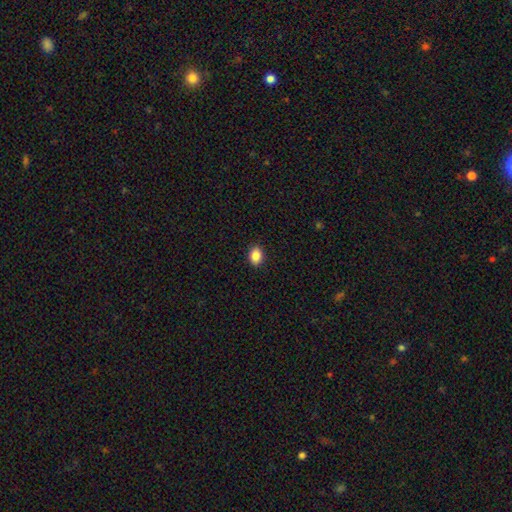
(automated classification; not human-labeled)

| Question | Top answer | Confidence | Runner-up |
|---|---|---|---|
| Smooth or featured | smooth | 87% | star or artifact (8%) |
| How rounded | in between | 75% | round (23%) |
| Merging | none | 90% | minor disturbance (7%) |